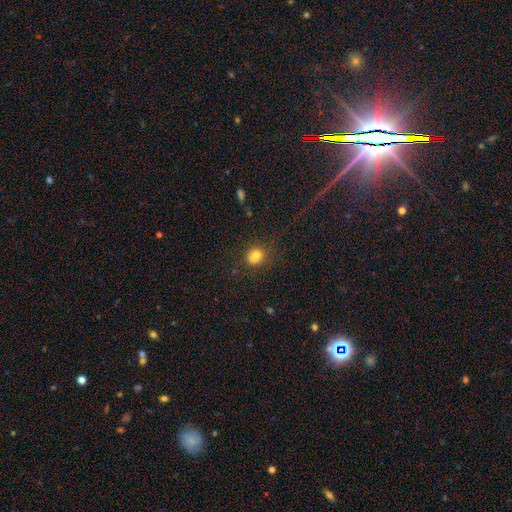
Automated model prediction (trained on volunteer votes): This appears to be a smooth galaxy with no disk features (73%) that is round (74%). Merging: none (50%).